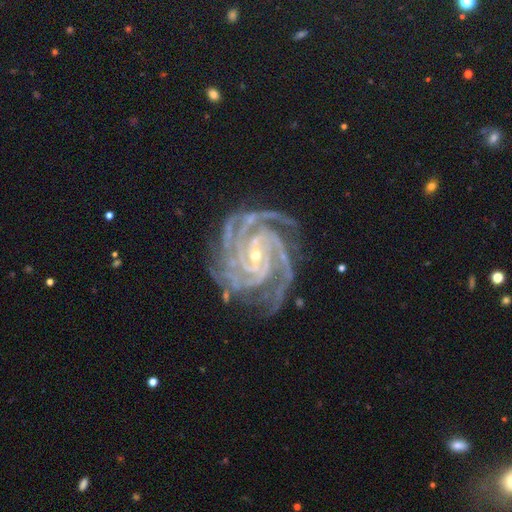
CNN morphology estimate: Q: Smooth or featured?
A: featured or disk (93%); runner-up: star or artifact (5%)
Q: Edge-on disk?
A: no (98%); runner-up: yes (2%)
Q: Bar?
A: no (42%); runner-up: weak (36%)
Q: Spiral arms?
A: yes (99%); runner-up: no (1%)
Q: Spiral winding?
A: tight (76%); runner-up: medium (22%)
Q: Spiral arm count?
A: 4 (36%); runner-up: 3 (23%)
Q: Bulge size?
A: small (75%); runner-up: moderate (22%)
Q: Merging?
A: none (73%); runner-up: minor disturbance (18%)